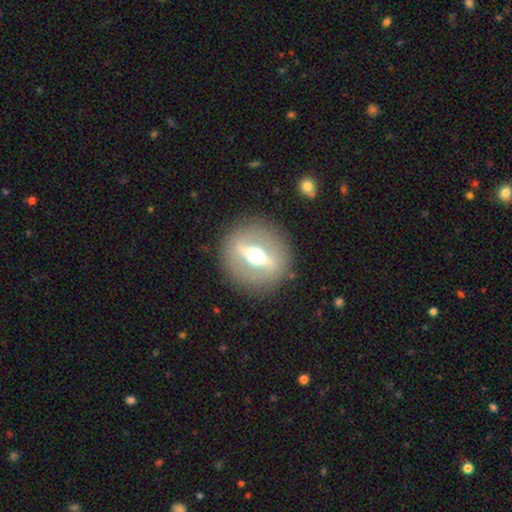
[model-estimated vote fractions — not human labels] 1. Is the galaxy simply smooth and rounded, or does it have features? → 76% featured or disk, 17% smooth, 7% star or artifact.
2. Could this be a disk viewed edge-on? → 50% no (tied), 50% yes (tied).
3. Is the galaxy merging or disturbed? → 88% none, 7% minor disturbance, 4% major disturbance, 1% merger.